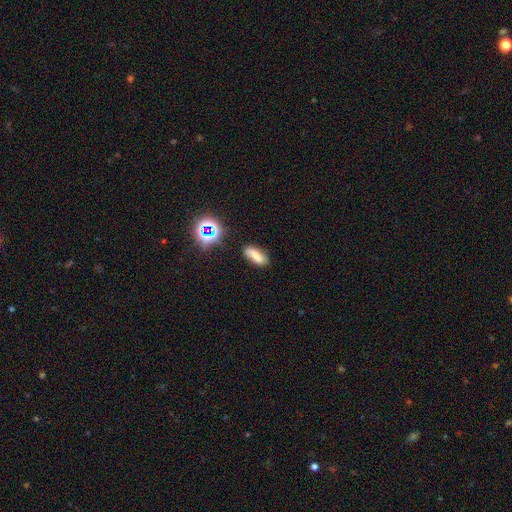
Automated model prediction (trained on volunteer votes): This appears to be a smooth galaxy with no disk features (71%) that is in between round and cigar-shaped (67%). Merging: none (73%).